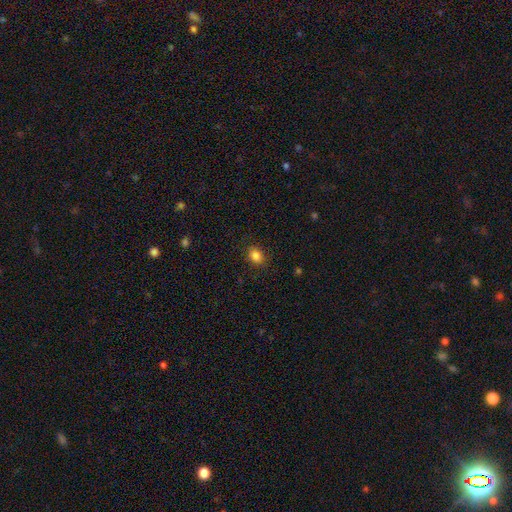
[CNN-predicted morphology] Smooth or featured? smooth (85%)
How rounded? in between (57%)
Merging? none (87%)